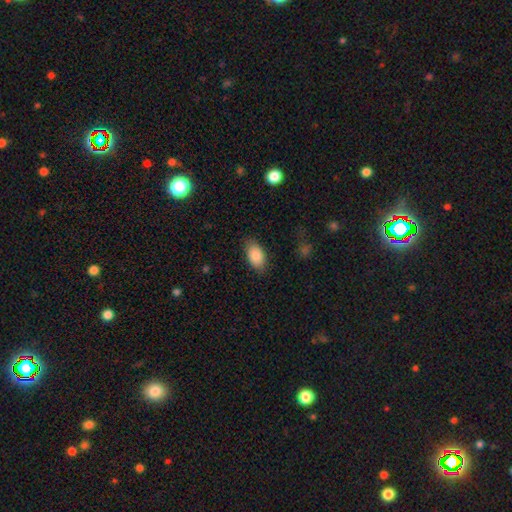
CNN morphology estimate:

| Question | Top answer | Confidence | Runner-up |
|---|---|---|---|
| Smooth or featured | smooth | 87% | star or artifact (7%) |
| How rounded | in between | 93% | round (5%) |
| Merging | none | 81% | minor disturbance (13%) |